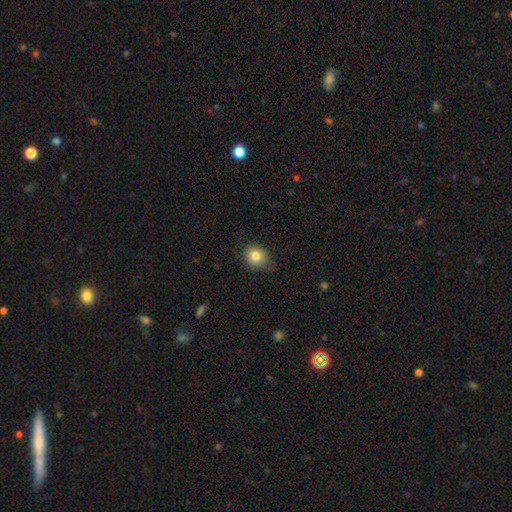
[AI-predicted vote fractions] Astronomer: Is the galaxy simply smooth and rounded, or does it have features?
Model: smooth — 82%.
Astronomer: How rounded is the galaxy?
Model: round — 77%.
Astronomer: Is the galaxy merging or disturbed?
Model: none — 73%.